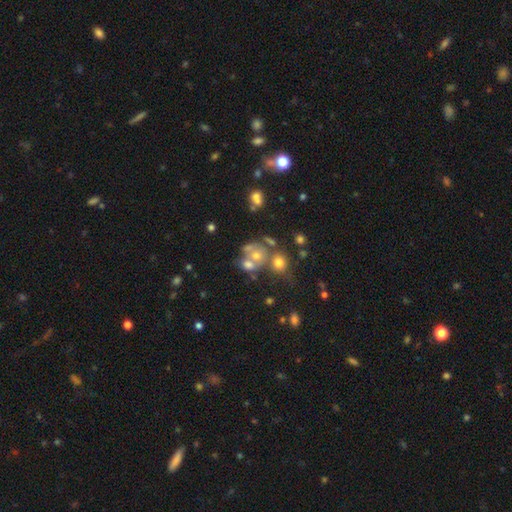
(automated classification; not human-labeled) smooth_or_featured: smooth (p=0.53) [alt: featured or disk p=0.27]
how_rounded: round (p=0.69) [alt: in between p=0.29]
merging: merger (p=0.43) [alt: none p=0.36]